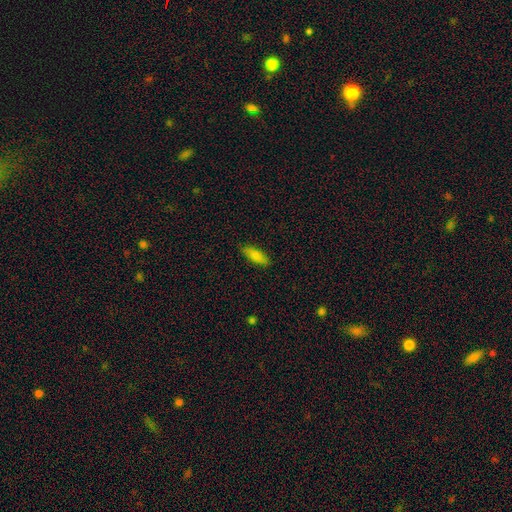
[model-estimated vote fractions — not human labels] Smooth or featured?
  - smooth: 83% *
  - featured or disk: 9%
  - star or artifact: 7%
How rounded?
  - in between: 59% *
  - cigar-shaped: 39%
  - round: 2%
Merging?
  - none: 86% *
  - minor disturbance: 11%
  - major disturbance: 2%
  - merger: 1%